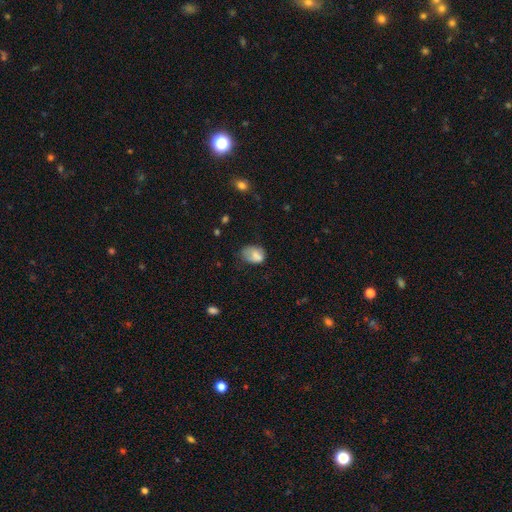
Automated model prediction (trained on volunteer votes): Overall: smooth (73%). How rounded: in between (72%). Merging: none (41%; minor disturbance 34%).